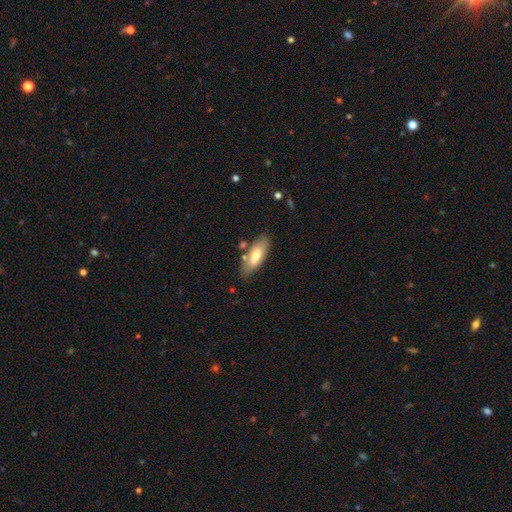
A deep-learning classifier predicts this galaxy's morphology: Overall: smooth (67%). How rounded: in between (71%). Merging: none (75%).